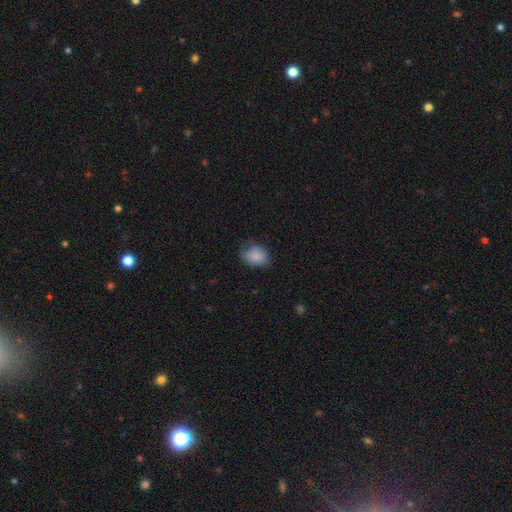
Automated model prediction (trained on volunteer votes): Smooth or featured? smooth (84%)
How rounded? in between (63%)
Merging? none (60%)